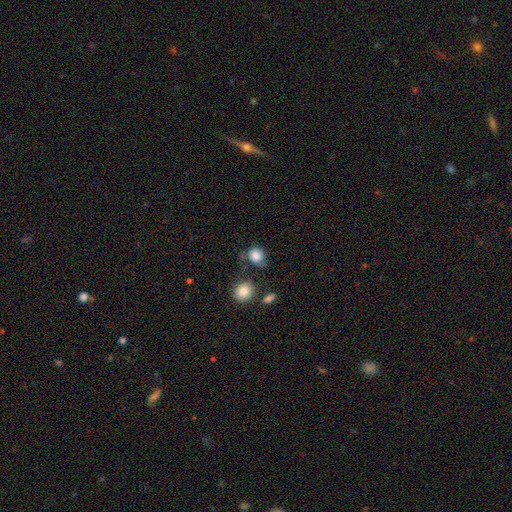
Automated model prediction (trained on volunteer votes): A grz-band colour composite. It shows a smooth galaxy with no disk features (83%) that is round (66%). Merging: none (49%).